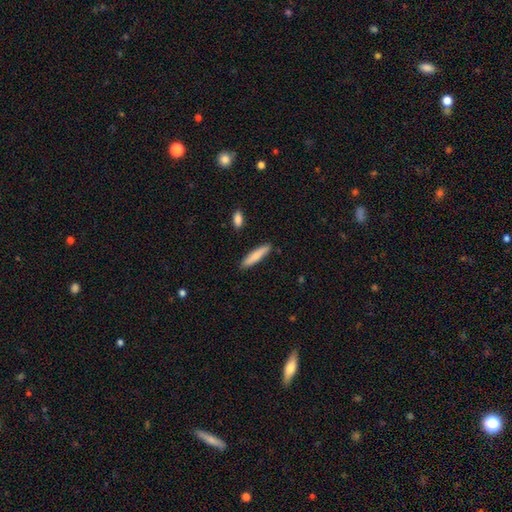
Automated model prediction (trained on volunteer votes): smooth_or_featured: smooth (p=0.78) [alt: featured or disk p=0.17]
how_rounded: cigar-shaped (p=0.85) [alt: in between p=0.14]
merging: none (p=0.88) [alt: minor disturbance p=0.09]